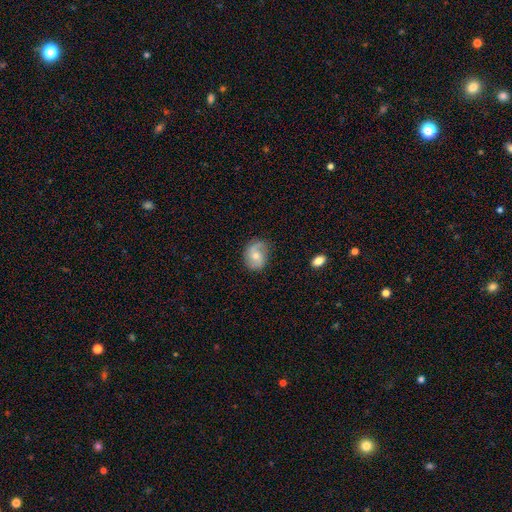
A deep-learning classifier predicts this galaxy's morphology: smooth_or_featured: featured or disk (p=0.53) [alt: smooth p=0.39]
disk_edge_on: no (p=0.97) [alt: yes p=0.03]
bar: no (p=0.58) [alt: weak p=0.35]
has_spiral_arms: yes (p=0.85) [alt: no p=0.15]
bulge_size: moderate (p=0.56) [alt: small p=0.38]
merging: none (p=0.66) [alt: minor disturbance p=0.25]